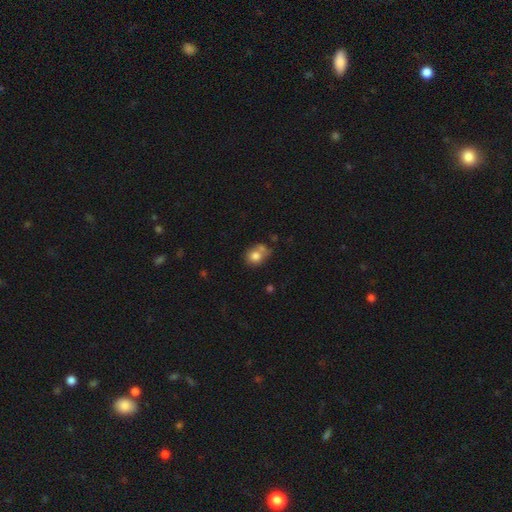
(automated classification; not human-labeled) Smooth or featured? smooth (77%)
How rounded? round (68%)
Merging? none (45%)